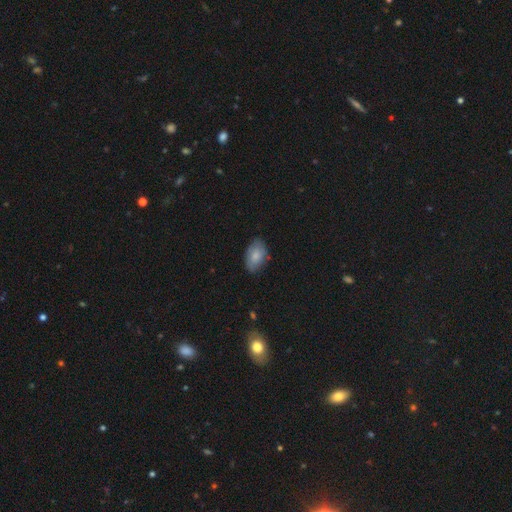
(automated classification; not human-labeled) Smooth or featured? Predicted: smooth (p=0.80). How rounded? Predicted: in between (p=0.91). Merging? Predicted: none (p=0.73).